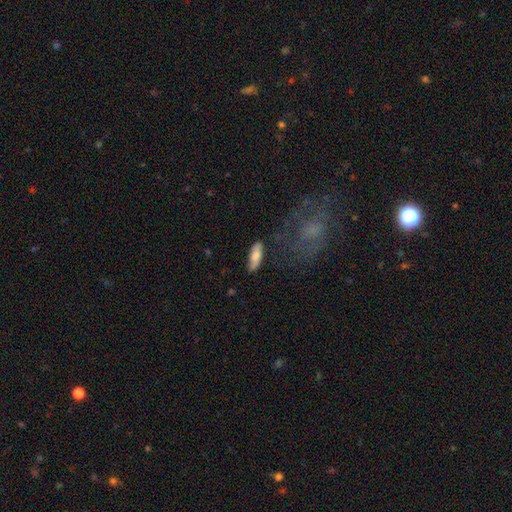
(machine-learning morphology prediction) The model was most divided on "how rounded": in between: 62%, cigar-shaped: 36%, round: 2%. More confident: merging — none (80%); smooth or featured — smooth (75%).